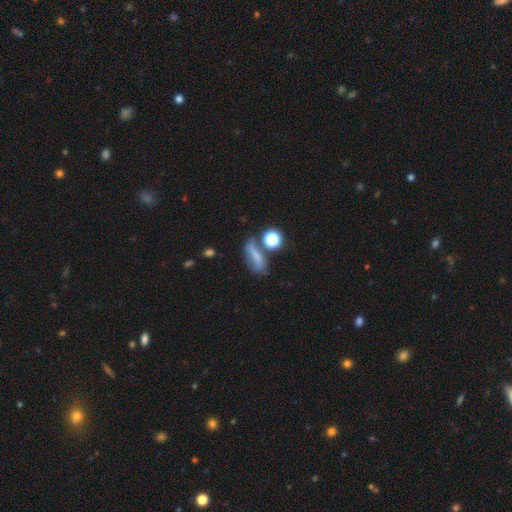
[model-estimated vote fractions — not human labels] The model was most divided on "how rounded": in between: 54%, cigar-shaped: 30%, round: 15%. Remaining: smooth or featured — smooth (65%); merging — none (48%).